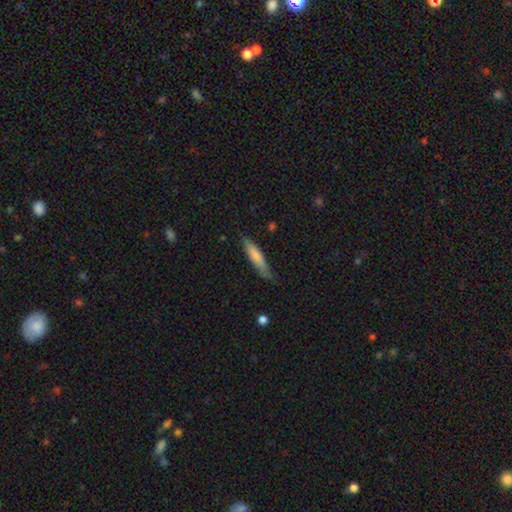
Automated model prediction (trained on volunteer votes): Smooth or featured?
  - smooth: 75% *
  - featured or disk: 20%
  - star or artifact: 6%
How rounded?
  - cigar-shaped: 85% *
  - in between: 14%
  - round: 1%
Merging?
  - none: 75% *
  - minor disturbance: 21%
  - major disturbance: 3%
  - merger: 2%